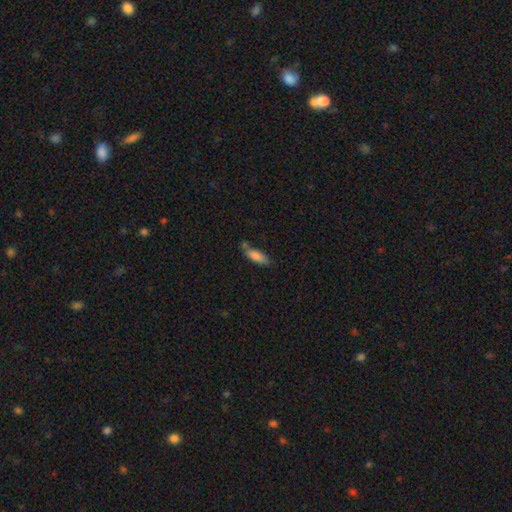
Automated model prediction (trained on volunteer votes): This appears to be a smooth galaxy with no disk features (83%) that is in between round and cigar-shaped (61%). Merging: none (56%).